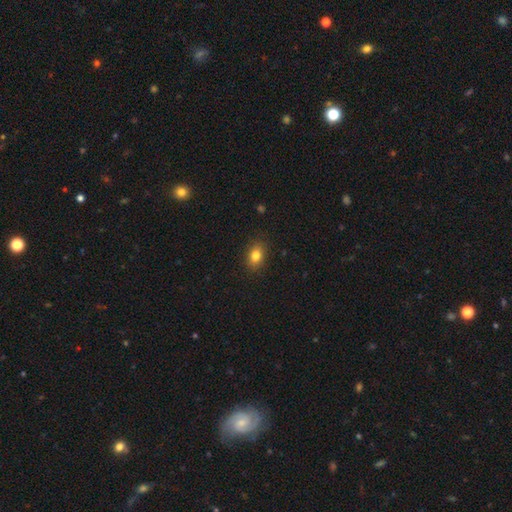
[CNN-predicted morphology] A smooth galaxy with no disk features (82%) that is in between round and cigar-shaped (70%).

Vote fractions:
- Smooth or featured? smooth: 82% / star or artifact: 10% / featured or disk: 8%
- How rounded? in between: 70% / round: 28% / cigar-shaped: 2%
- Merging? none: 87% / minor disturbance: 9% / major disturbance: 2% / merger: 1%